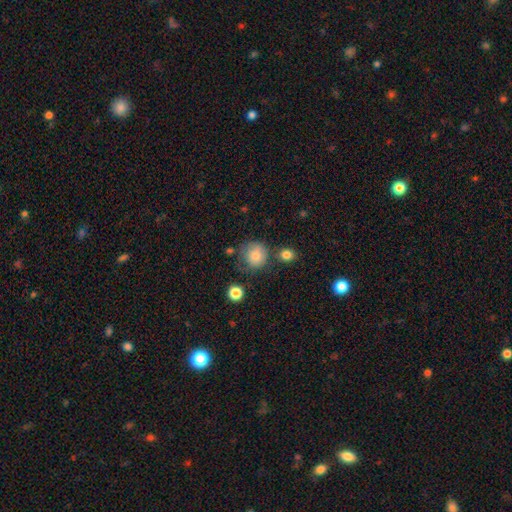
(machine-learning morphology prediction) Smooth or featured: smooth — 81% (star or artifact — 10%)
How rounded: round — 88% (in between — 11%)
Merging: none — 61% (minor disturbance — 21%)